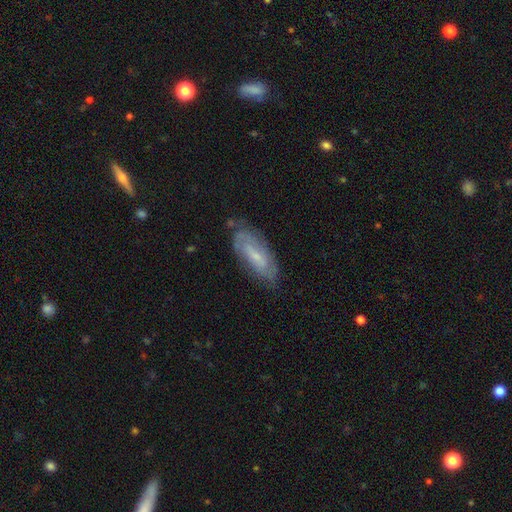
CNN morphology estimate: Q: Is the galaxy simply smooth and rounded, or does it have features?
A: featured or disk — 62%.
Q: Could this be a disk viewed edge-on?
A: no — 85%.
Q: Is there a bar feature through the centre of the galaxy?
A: no — 47%.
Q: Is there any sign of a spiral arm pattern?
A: yes — 79%.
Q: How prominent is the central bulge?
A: small — 68%.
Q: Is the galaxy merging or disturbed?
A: none — 70%.